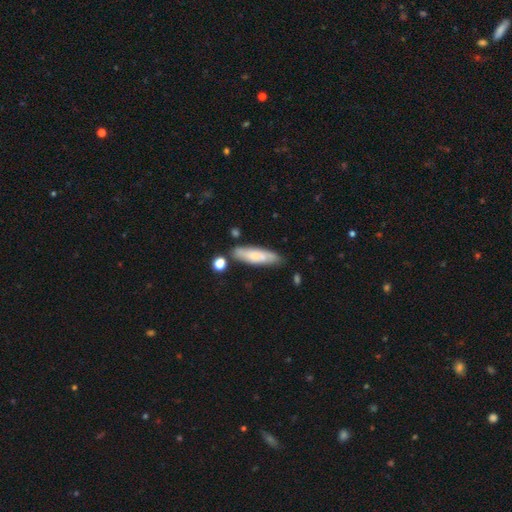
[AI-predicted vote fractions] A smooth galaxy with no disk features (64%) that is cigar-shaped (65%). Merging: none (74%).